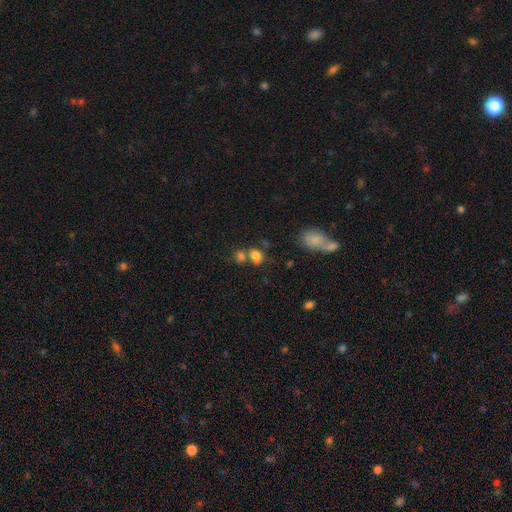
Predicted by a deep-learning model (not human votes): Q: Smooth or featured?
A: smooth (78%); runner-up: star or artifact (14%)
Q: How rounded?
A: round (57%); runner-up: in between (41%)
Q: Merging?
A: none (44%); runner-up: merger (39%)